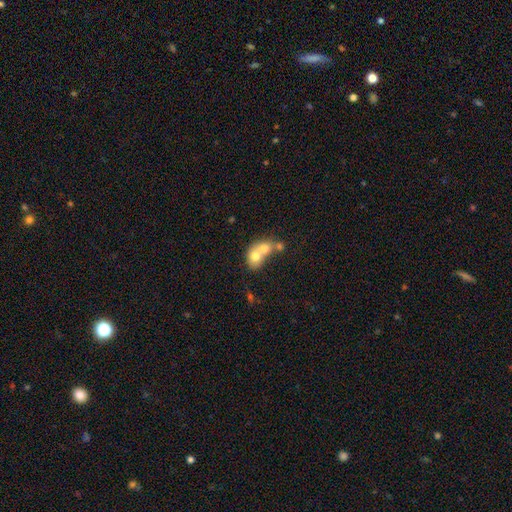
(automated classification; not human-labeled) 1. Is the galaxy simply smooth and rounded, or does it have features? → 68% smooth, 24% featured or disk, 9% star or artifact.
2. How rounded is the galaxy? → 52% round, 46% in between, 1% cigar-shaped.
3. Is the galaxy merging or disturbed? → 77% merger, 15% none, 5% minor disturbance, 3% major disturbance.